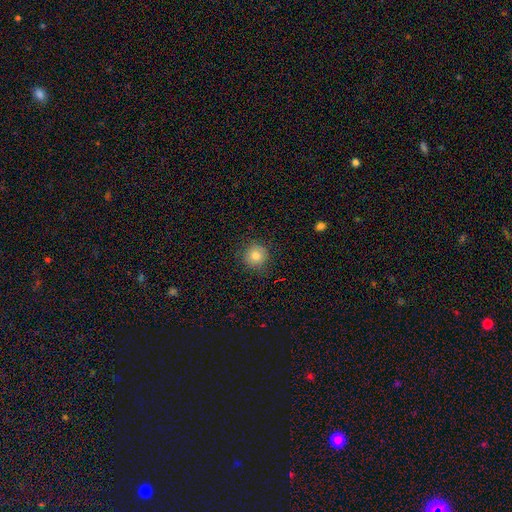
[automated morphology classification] type=smooth (80%); roundness=round (93%); merging=none (87%).